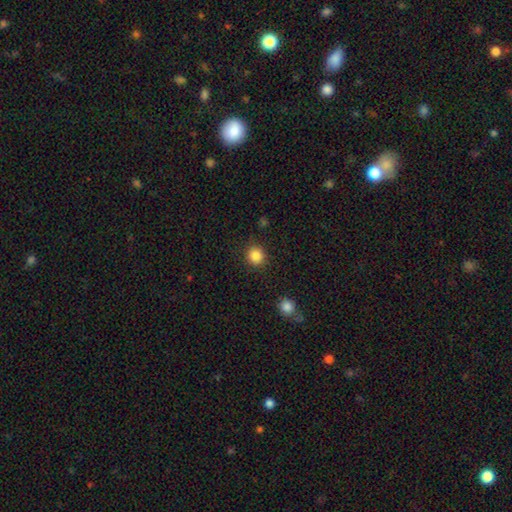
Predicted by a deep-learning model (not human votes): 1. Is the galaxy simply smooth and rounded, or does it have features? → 85% smooth, 11% star or artifact, 4% featured or disk.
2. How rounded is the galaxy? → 91% round, 8% in between, 1% cigar-shaped.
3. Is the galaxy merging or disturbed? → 90% none, 7% minor disturbance, 2% major disturbance, 1% merger.